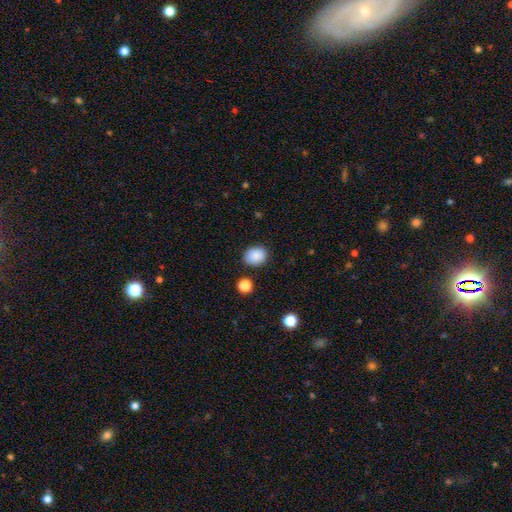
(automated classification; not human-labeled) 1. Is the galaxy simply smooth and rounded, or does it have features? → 88% smooth, 9% star or artifact, 4% featured or disk.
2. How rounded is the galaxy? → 55% round, 44% in between, 1% cigar-shaped.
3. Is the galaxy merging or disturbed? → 81% none, 13% minor disturbance, 3% major disturbance, 3% merger.